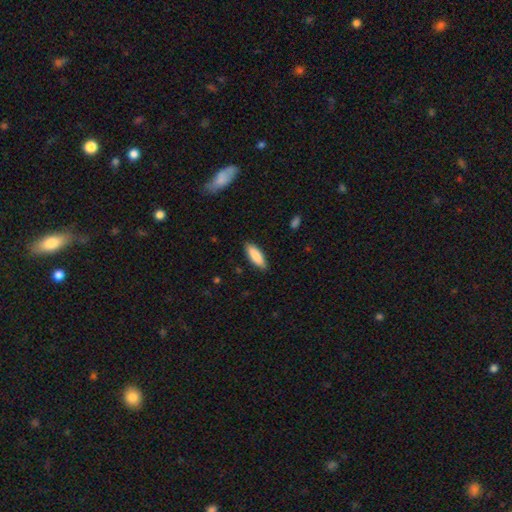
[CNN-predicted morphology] smooth_or_featured: smooth (p=0.86) [alt: featured or disk p=0.08]
how_rounded: in between (p=0.59) [alt: cigar-shaped p=0.39]
merging: none (p=0.87) [alt: minor disturbance p=0.10]